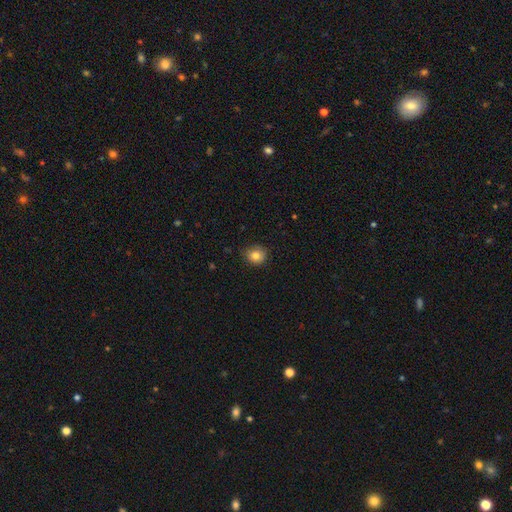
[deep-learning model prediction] Q: Smooth or featured?
A: smooth (82%); runner-up: star or artifact (10%)
Q: How rounded?
A: round (81%); runner-up: in between (18%)
Q: Merging?
A: none (82%); runner-up: minor disturbance (14%)